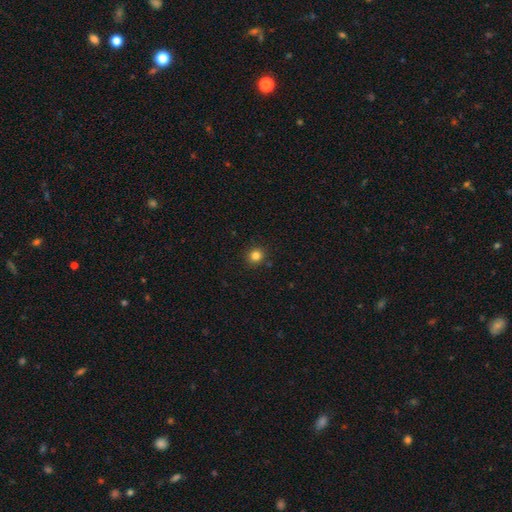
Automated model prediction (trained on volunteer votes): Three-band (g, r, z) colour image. It shows a smooth galaxy with no disk features (83%) that is round (90%). Merging: none (91%).